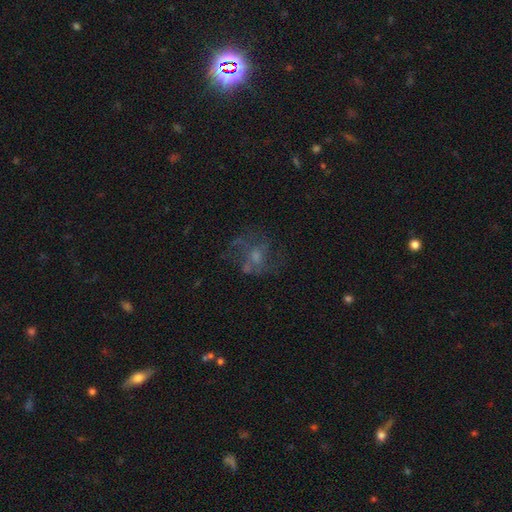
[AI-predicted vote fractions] featured or disk 49%, star or artifact 27%, smooth 24%. Down the decision tree: merging — none (58%).